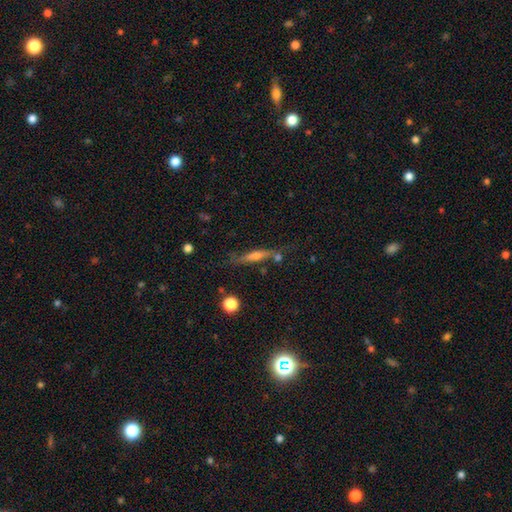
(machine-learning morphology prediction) Smooth or featured: featured or disk — 56% (smooth — 31%)
Edge-on disk: yes — 87% (no — 13%)
Merging: none — 67% (minor disturbance — 18%)